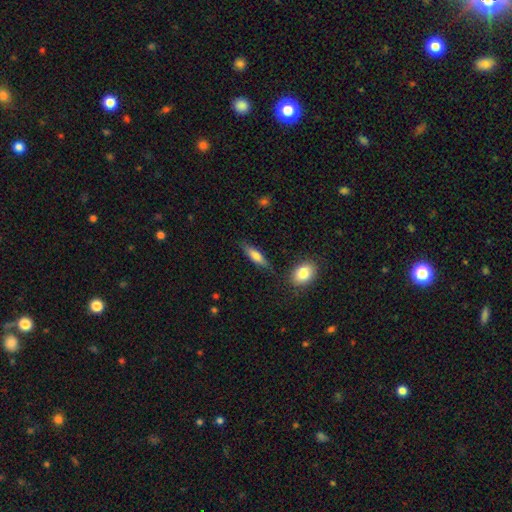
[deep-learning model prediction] The model was most divided on "how rounded": cigar-shaped: 58%, in between: 40%, round: 3%. More confident: merging — none (78%); smooth or featured — smooth (70%).